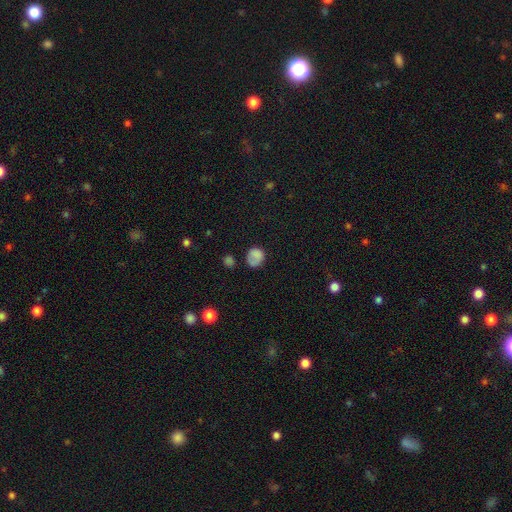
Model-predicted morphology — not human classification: smooth 79%, star or artifact 12%, featured or disk 9%. Down the decision tree: how rounded — round (68%); merging — none (58%).